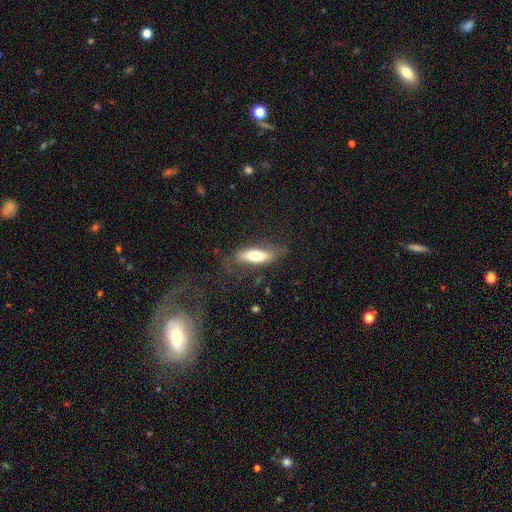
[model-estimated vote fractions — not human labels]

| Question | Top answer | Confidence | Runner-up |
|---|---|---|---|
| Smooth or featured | smooth | 62% | featured or disk (32%) |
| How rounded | in between | 55% | cigar-shaped (43%) |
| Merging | none | 64% | minor disturbance (21%) |